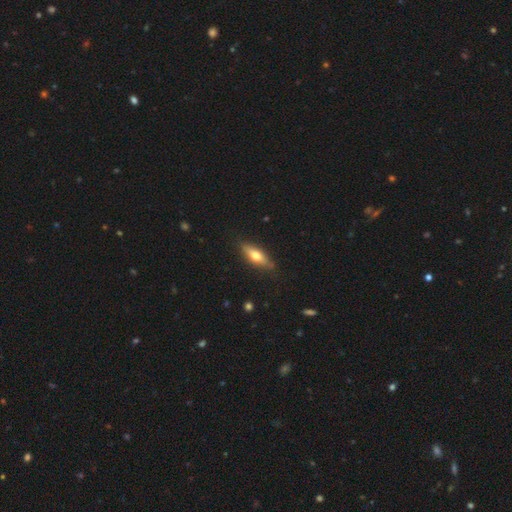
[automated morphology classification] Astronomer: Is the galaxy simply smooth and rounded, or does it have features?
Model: smooth — 55% (runner-up: featured or disk, 39%).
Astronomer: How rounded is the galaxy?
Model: in between — 52% (runner-up: cigar-shaped, 45%).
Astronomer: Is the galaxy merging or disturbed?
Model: none — 84%.